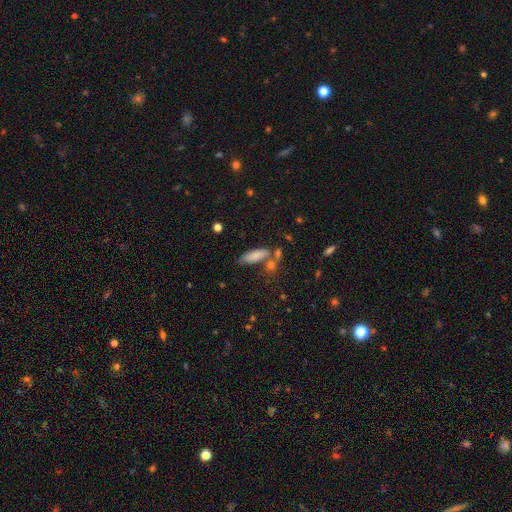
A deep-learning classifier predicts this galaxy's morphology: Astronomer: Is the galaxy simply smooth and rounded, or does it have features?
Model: smooth — 79%.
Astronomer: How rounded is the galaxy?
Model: in between — 55% (runner-up: cigar-shaped, 43%).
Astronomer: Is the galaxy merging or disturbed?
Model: none — 62%.